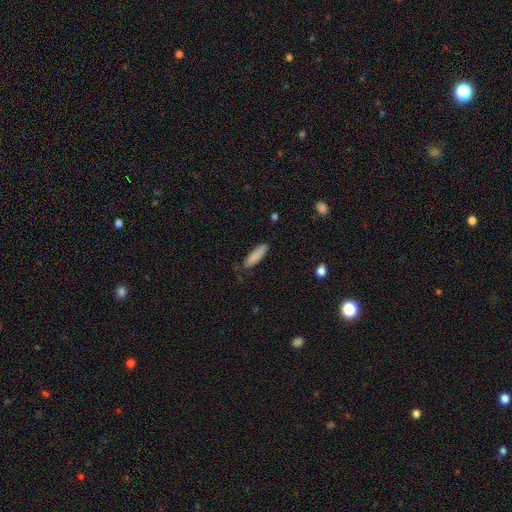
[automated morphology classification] Smooth or featured? smooth (86%)
How rounded? cigar-shaped (67%)
Merging? none (80%)